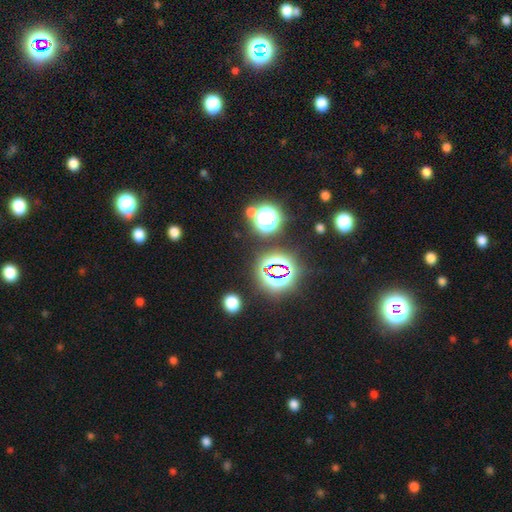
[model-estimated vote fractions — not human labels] Smooth or featured? Predicted: star or artifact (p=0.80).